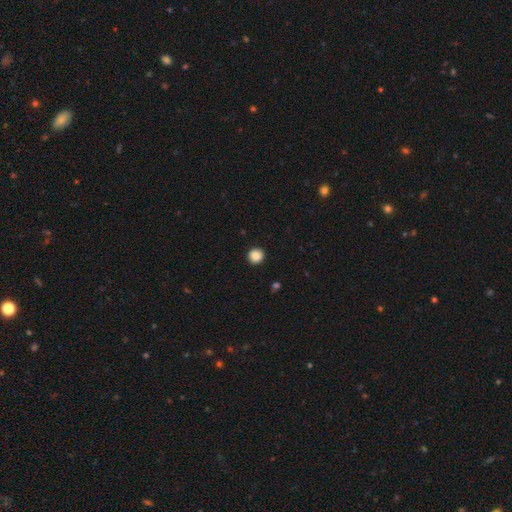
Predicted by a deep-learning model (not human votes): smooth-or-featured: smooth: 88% | star or artifact: 9% | featured or disk: 3%
  how-rounded: round: 92% | in between: 8% | cigar-shaped: 1%
  merging: none: 91% | minor disturbance: 6% | major disturbance: 2% | merger: 1%